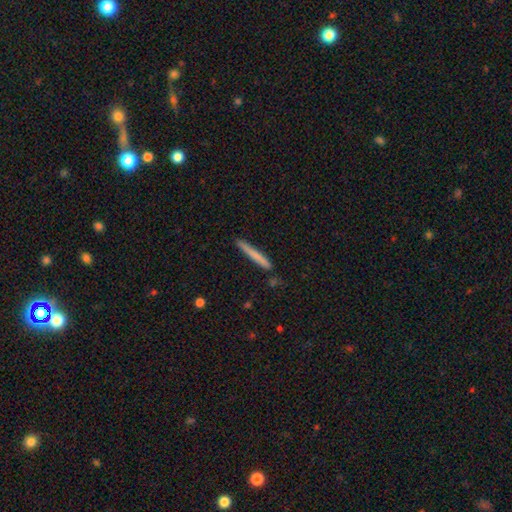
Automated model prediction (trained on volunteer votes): The model was most divided on "smooth or featured": smooth: 71%, featured or disk: 23%, star or artifact: 6%. More confident: how rounded — cigar-shaped (97%); merging — none (87%).